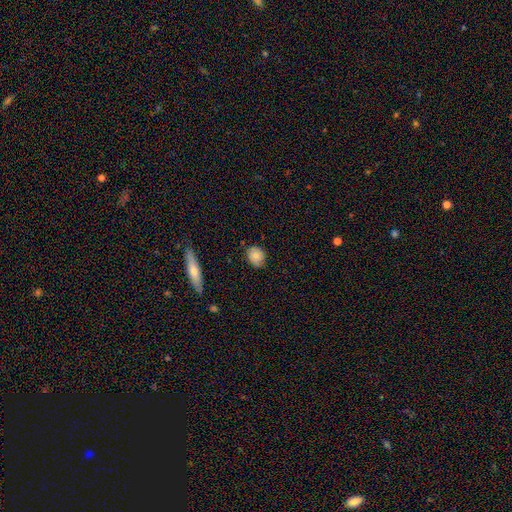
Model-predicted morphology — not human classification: Smooth or featured? Predicted: smooth (p=0.79). How rounded? Predicted: round (p=0.63). Merging? Predicted: none (p=0.81).